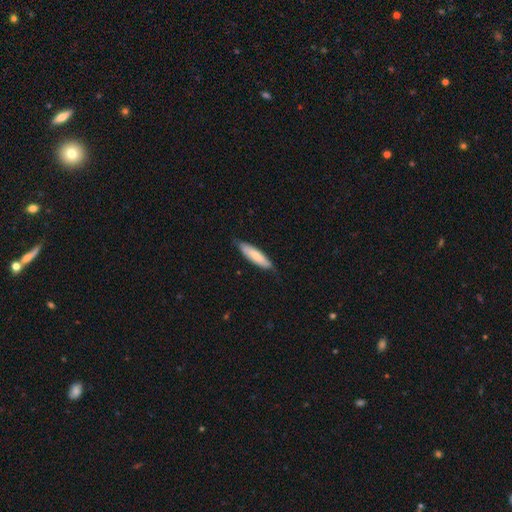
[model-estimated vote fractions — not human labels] Smooth or featured?
  - smooth: 73% *
  - featured or disk: 22%
  - star or artifact: 5%
How rounded?
  - cigar-shaped: 65% *
  - in between: 34%
  - round: 1%
Merging?
  - none: 76% *
  - minor disturbance: 21%
  - major disturbance: 3%
  - merger: 1%